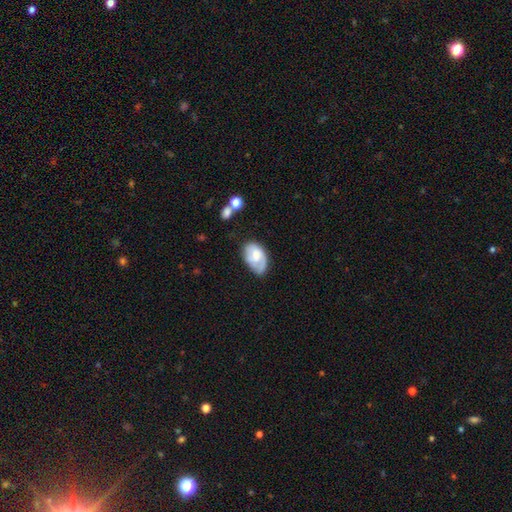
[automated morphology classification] This is possibly a smooth galaxy (50%). Merging: possibly none (49%).